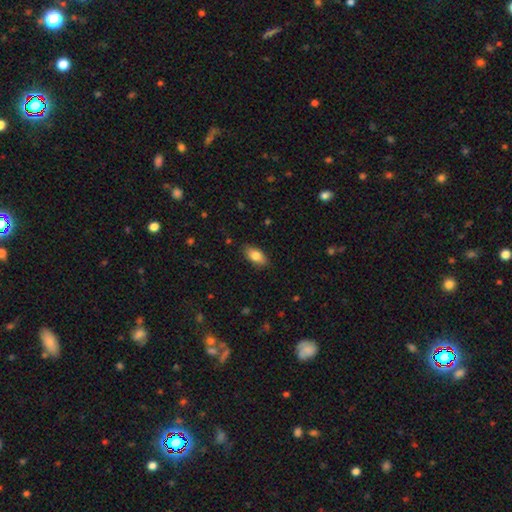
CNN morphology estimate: Smooth or featured?
  - smooth: 81% *
  - featured or disk: 12%
  - star or artifact: 7%
How rounded?
  - in between: 89% *
  - cigar-shaped: 7%
  - round: 4%
Merging?
  - none: 85% *
  - minor disturbance: 11%
  - major disturbance: 2%
  - merger: 1%